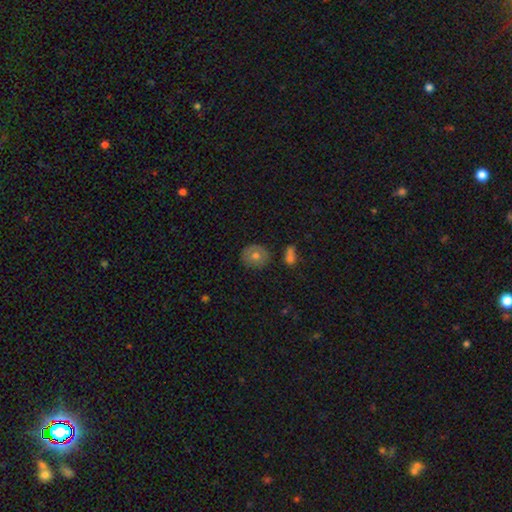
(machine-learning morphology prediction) This is likely a smooth galaxy (64%). How rounded: clearly round (84%). Merging: likely none (80%).